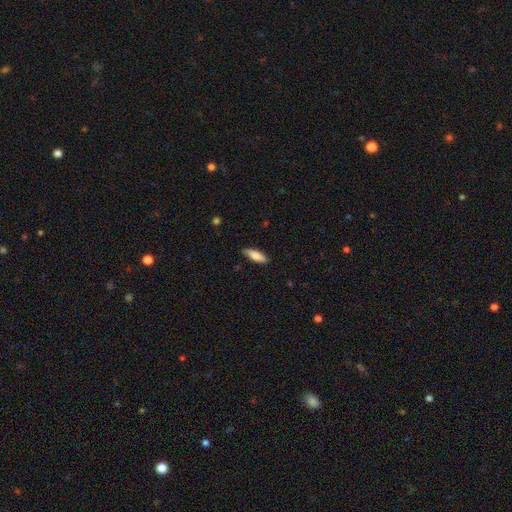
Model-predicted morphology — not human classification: Smooth or featured? Predicted: smooth (p=0.82). How rounded? Predicted: in between (p=0.54). Merging? Predicted: none (p=0.83).